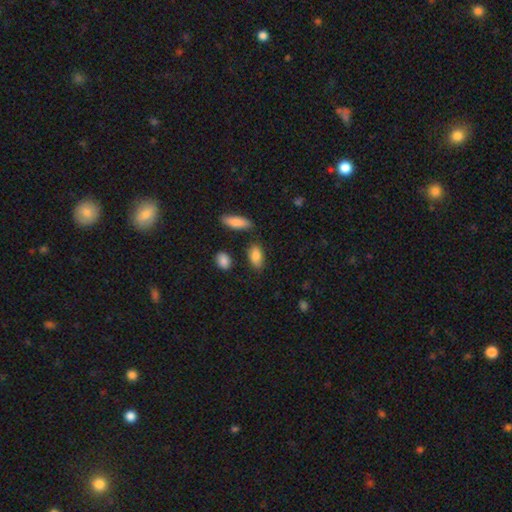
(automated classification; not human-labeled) Smooth or featured?
  - smooth: 85% *
  - featured or disk: 8%
  - star or artifact: 7%
How rounded?
  - in between: 89% *
  - cigar-shaped: 6%
  - round: 5%
Merging?
  - none: 80% *
  - minor disturbance: 12%
  - merger: 5%
  - major disturbance: 3%